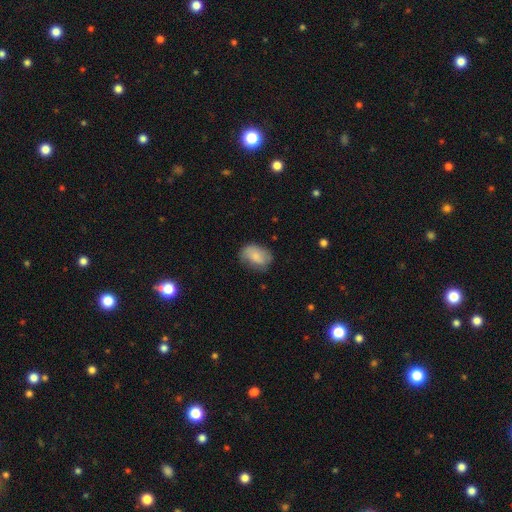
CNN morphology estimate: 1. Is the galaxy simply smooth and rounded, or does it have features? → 78% smooth, 15% featured or disk, 7% star or artifact.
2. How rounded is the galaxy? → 82% in between, 16% round, 1% cigar-shaped.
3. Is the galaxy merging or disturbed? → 67% none, 25% minor disturbance, 7% major disturbance, 1% merger.